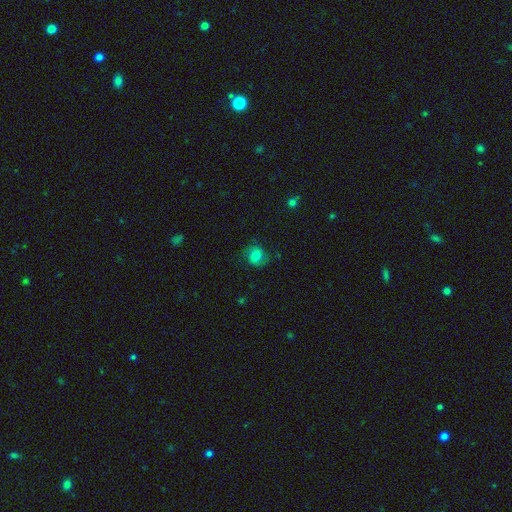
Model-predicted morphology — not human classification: Smooth or featured: smooth — 70% (featured or disk — 19%)
How rounded: round — 67% (in between — 32%)
Merging: none — 73% (minor disturbance — 18%)